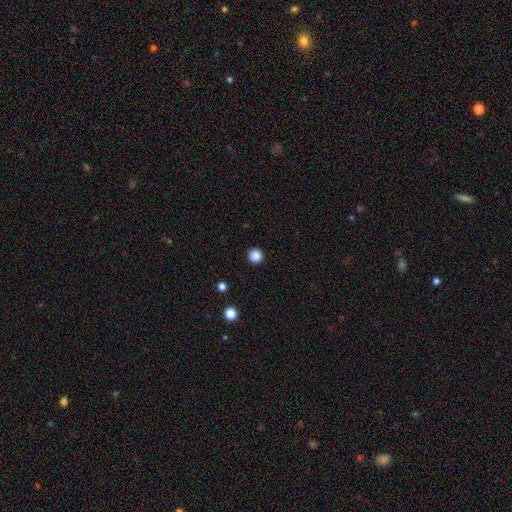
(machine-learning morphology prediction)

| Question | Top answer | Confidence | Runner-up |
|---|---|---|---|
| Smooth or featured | smooth | 86% | star or artifact (11%) |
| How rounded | round | 96% | in between (3%) |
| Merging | none | 93% | minor disturbance (4%) |